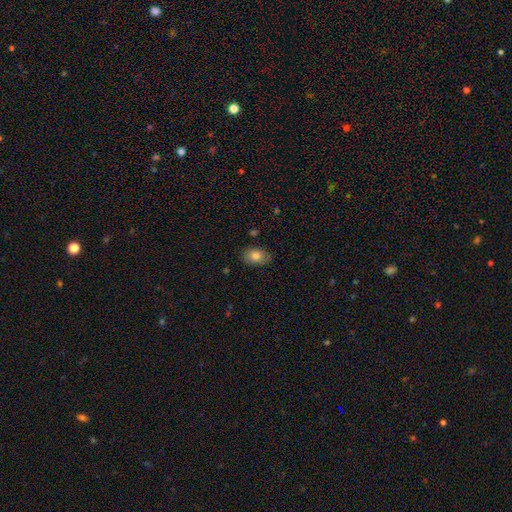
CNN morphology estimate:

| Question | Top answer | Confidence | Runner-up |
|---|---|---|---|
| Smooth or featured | smooth | 81% | featured or disk (11%) |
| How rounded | in between | 86% | round (13%) |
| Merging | none | 82% | minor disturbance (14%) |